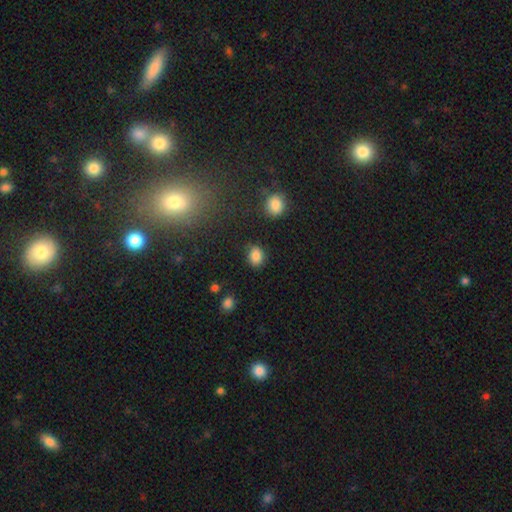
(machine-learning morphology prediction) smooth 85%, star or artifact 10%, featured or disk 5%. Down the decision tree: how rounded — round (51%); merging — none (82%).